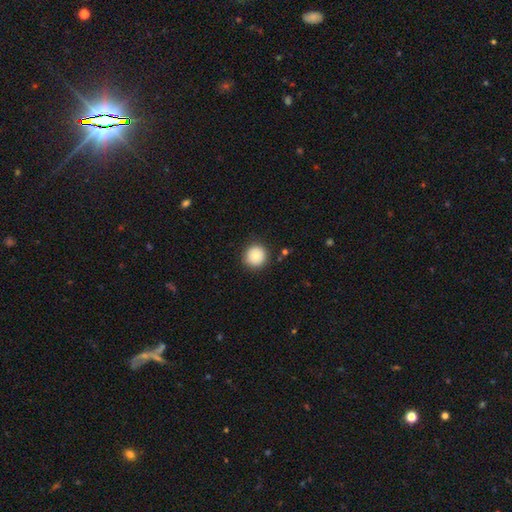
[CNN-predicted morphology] smooth 80%, featured or disk 11%, star or artifact 9%. Down the decision tree: how rounded — round (95%); merging — none (88%).